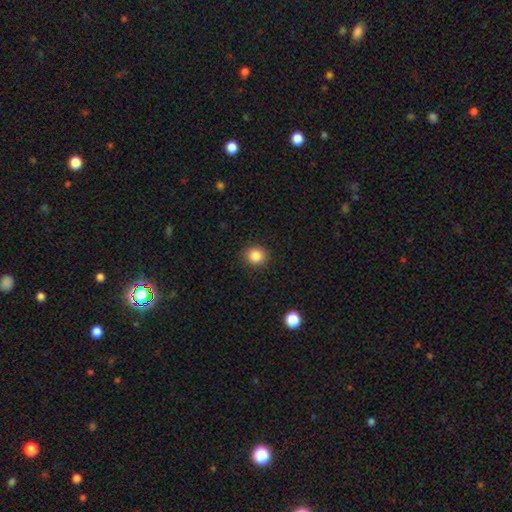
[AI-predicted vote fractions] Smooth or featured: smooth — 85% (star or artifact — 11%)
How rounded: round — 88% (in between — 11%)
Merging: none — 91% (minor disturbance — 6%)